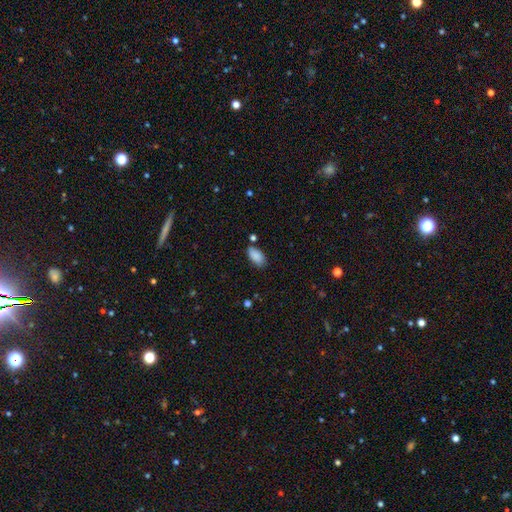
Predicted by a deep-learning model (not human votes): smooth-or-featured: smooth: 88% | star or artifact: 7% | featured or disk: 4%
  how-rounded: in between: 93% | cigar-shaped: 4% | round: 3%
  merging: none: 76% | minor disturbance: 16% | merger: 5% | major disturbance: 3%